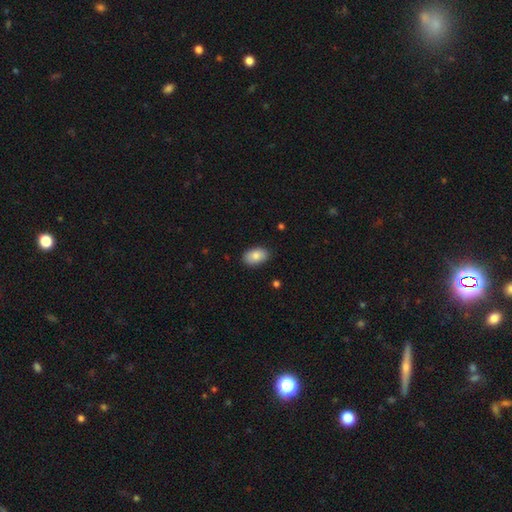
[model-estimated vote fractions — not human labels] Overall: smooth (85%). How rounded: in between (91%). Merging: none (88%).